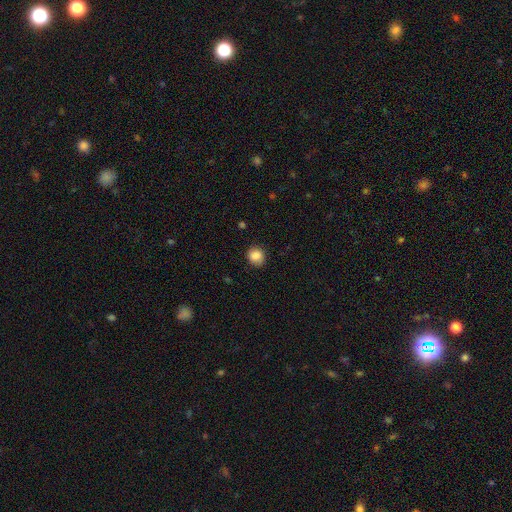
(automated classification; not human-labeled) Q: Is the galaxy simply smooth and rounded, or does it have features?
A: smooth — 86%.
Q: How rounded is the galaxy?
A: round — 79%.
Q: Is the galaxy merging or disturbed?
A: none — 85%.